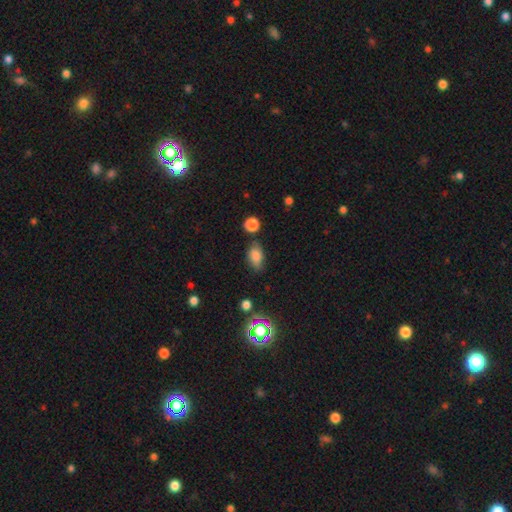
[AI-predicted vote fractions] Q: Smooth or featured?
A: smooth (79%); runner-up: star or artifact (11%)
Q: How rounded?
A: in between (86%); runner-up: round (11%)
Q: Merging?
A: none (70%); runner-up: minor disturbance (21%)